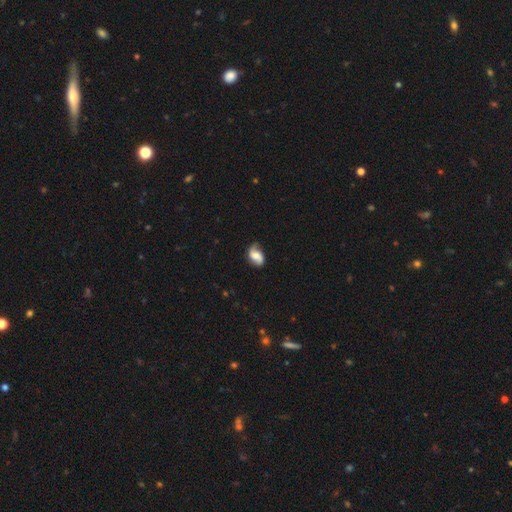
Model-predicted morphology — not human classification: This is likely a featured or disk galaxy (64%). It is clearly not viewed edge-on (97%). Bar: possibly no (48%). Spiral arm pattern: clearly yes (92%). Spiral arm count: clearly 2 (84%). Spiral winding: possibly loose (53%). Central bulge: marginally moderate (44%). Merging: likely none (70%).